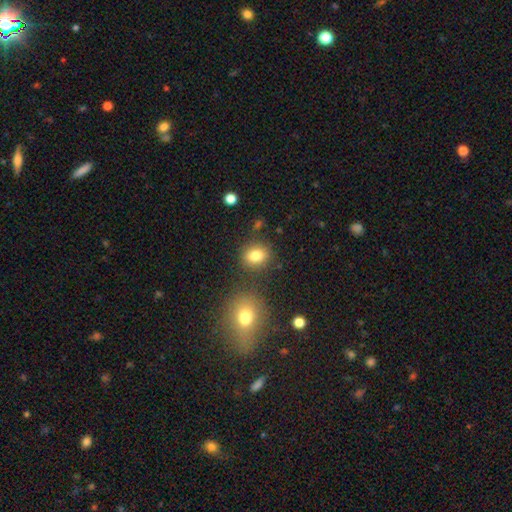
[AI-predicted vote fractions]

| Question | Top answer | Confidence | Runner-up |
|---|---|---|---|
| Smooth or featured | smooth | 82% | star or artifact (11%) |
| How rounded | round | 58% | in between (41%) |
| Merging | none | 79% | minor disturbance (10%) |